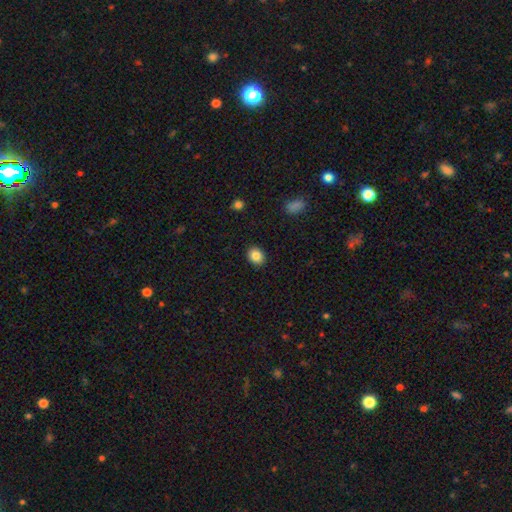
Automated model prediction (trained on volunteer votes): smooth-or-featured: smooth: 85% | star or artifact: 9% | featured or disk: 6%
  how-rounded: round: 53% | in between: 46% | cigar-shaped: 1%
  merging: none: 90% | minor disturbance: 7% | major disturbance: 2% | merger: 1%